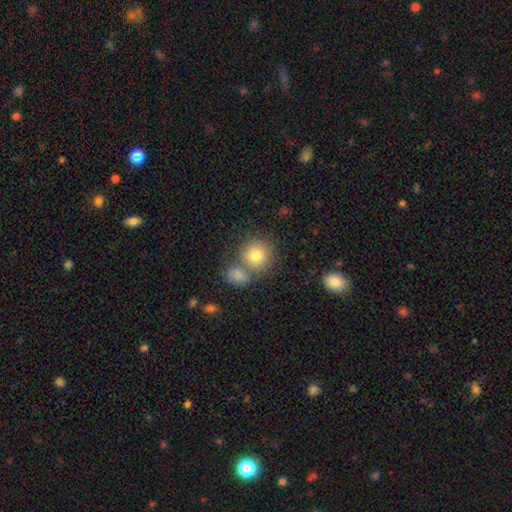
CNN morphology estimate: The model was most divided on "merging": none: 56%, merger: 31%, minor disturbance: 9%, major disturbance: 4%. More confident: how rounded — round (88%); smooth or featured — smooth (79%).